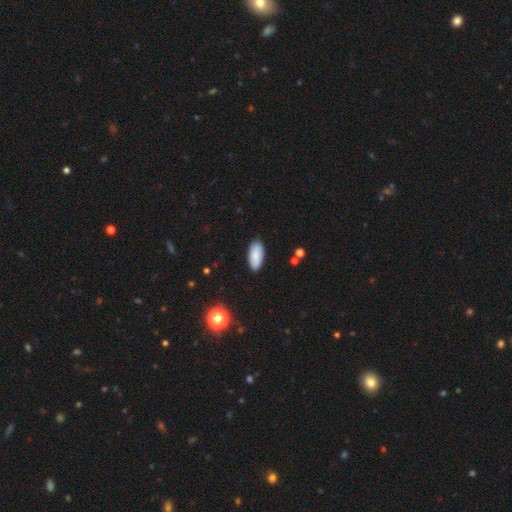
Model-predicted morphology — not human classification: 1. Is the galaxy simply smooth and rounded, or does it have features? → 85% smooth, 8% featured or disk, 7% star or artifact.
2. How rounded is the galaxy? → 92% in between, 7% cigar-shaped, 2% round.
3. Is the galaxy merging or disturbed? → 87% none, 10% minor disturbance, 2% major disturbance, 1% merger.